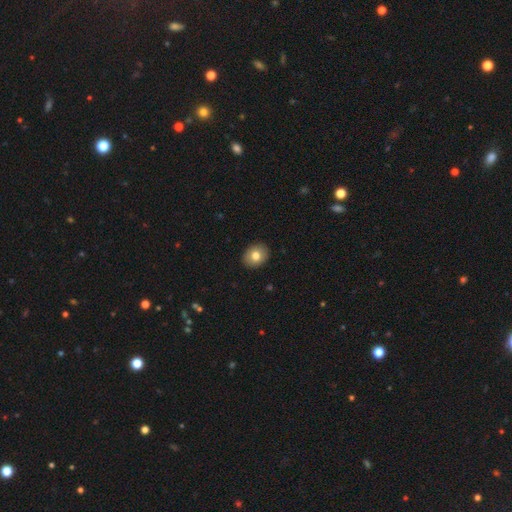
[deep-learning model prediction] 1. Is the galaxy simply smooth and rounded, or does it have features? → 78% smooth, 13% featured or disk, 9% star or artifact.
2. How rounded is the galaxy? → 56% round, 43% in between, 1% cigar-shaped.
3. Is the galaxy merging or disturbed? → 91% none, 6% minor disturbance, 2% major disturbance, 1% merger.